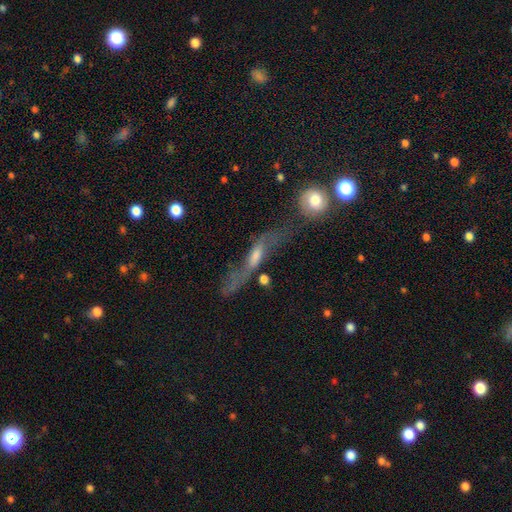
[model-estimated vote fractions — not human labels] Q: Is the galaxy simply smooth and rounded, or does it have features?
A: featured or disk — 60%.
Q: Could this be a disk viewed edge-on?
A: no — 56%.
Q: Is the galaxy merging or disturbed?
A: none — 39%.